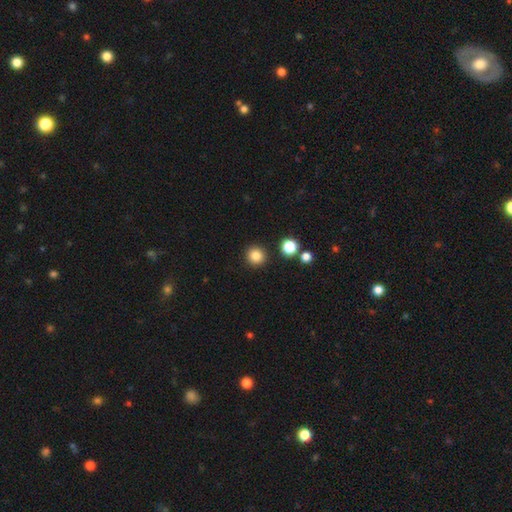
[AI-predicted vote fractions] smooth_or_featured: smooth (p=0.85) [alt: star or artifact p=0.11]
how_rounded: round (p=0.93) [alt: in between p=0.06]
merging: none (p=0.90) [alt: minor disturbance p=0.05]